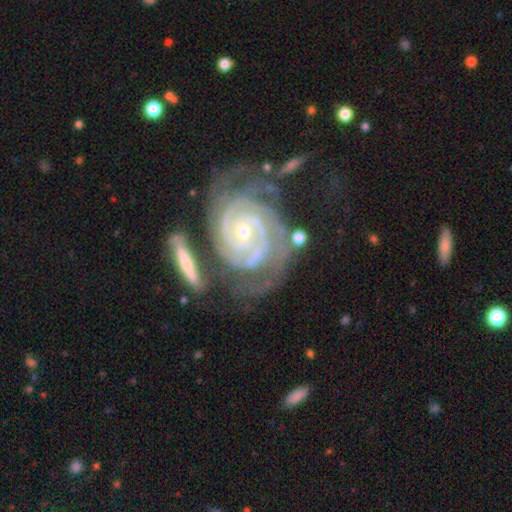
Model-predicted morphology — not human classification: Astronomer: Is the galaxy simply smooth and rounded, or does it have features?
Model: featured or disk — 93%.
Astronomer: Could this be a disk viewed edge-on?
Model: no — 97%.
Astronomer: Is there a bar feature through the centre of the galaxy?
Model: no — 60%.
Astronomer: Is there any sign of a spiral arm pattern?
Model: yes — 99%.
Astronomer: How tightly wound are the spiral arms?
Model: tight — 83%.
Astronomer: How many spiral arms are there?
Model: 2 — 47%.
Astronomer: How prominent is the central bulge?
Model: small — 65%.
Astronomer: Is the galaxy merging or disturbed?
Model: none — 55%.